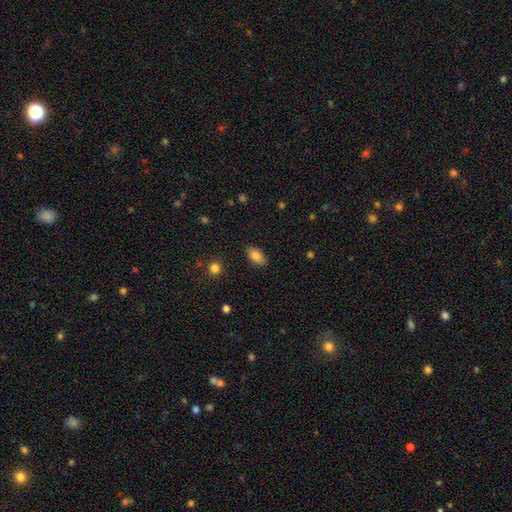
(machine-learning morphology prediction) This is clearly a smooth galaxy (85%). How rounded: clearly in between (92%). Merging: clearly none (87%).